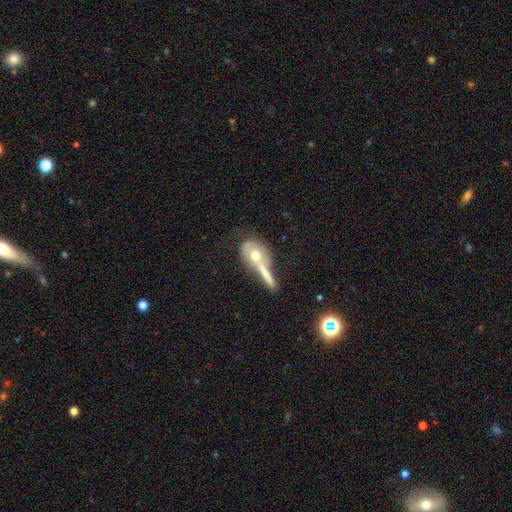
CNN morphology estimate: This appears to be a smooth galaxy with no disk features (50%). Merging: merger (44%).